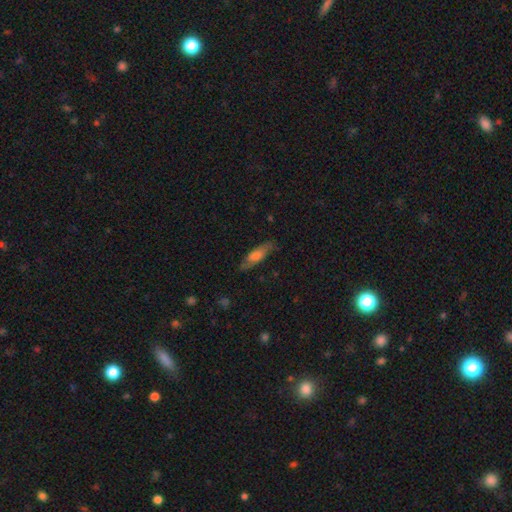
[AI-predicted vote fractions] Smooth or featured?
  - smooth: 58% *
  - featured or disk: 35%
  - star or artifact: 7%
How rounded?
  - cigar-shaped: 56% *
  - in between: 42%
  - round: 2%
Merging?
  - none: 77% *
  - minor disturbance: 17%
  - major disturbance: 5%
  - merger: 1%